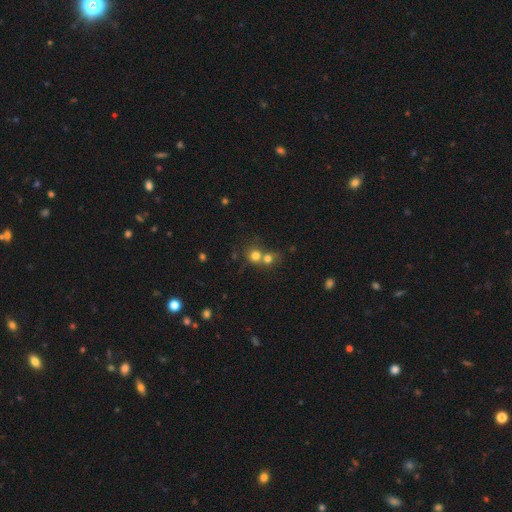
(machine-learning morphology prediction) A smooth galaxy with no disk features (73%) that is round (85%). Merging: merger (53%).